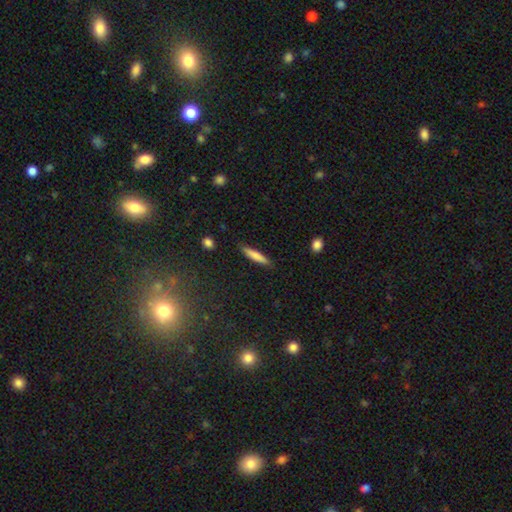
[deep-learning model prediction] The model was most divided on "smooth or featured": smooth: 76%, featured or disk: 18%, star or artifact: 6%. More confident: how rounded — cigar-shaped (89%); merging — none (86%).